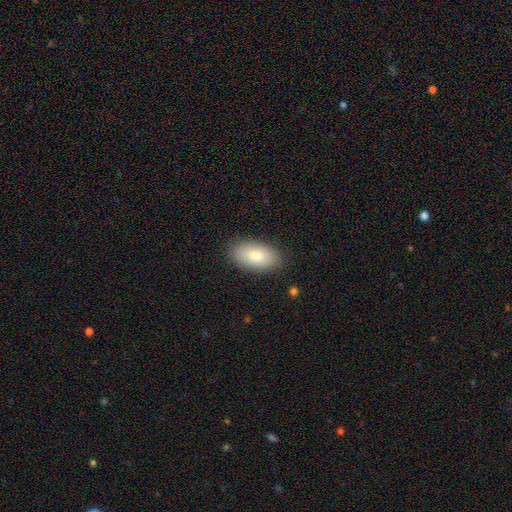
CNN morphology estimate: Smooth or featured? smooth (81%)
How rounded? in between (93%)
Merging? none (86%)